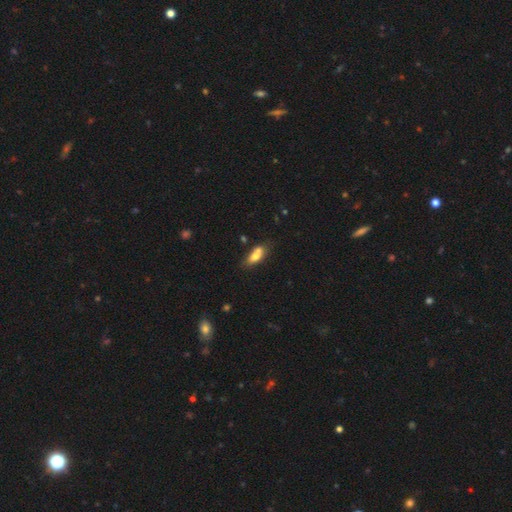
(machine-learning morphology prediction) Overall: smooth (69%). How rounded: in between (77%). Merging: none (43%; merger 31%).